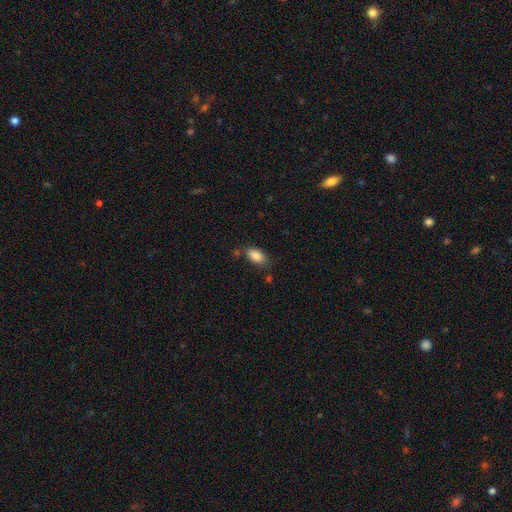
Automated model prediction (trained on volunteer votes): A smooth galaxy with no disk features (87%) that is in between round and cigar-shaped (91%). Merging: none (71%).